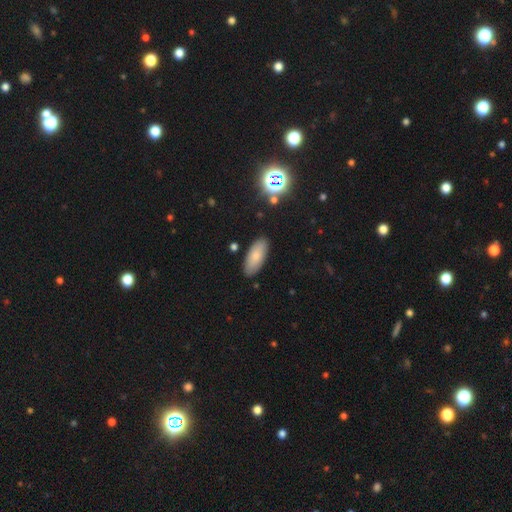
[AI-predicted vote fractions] Smooth or featured?
  - smooth: 78% *
  - featured or disk: 14%
  - star or artifact: 8%
How rounded?
  - in between: 85% *
  - cigar-shaped: 13%
  - round: 2%
Merging?
  - none: 86% *
  - minor disturbance: 10%
  - major disturbance: 2%
  - merger: 2%